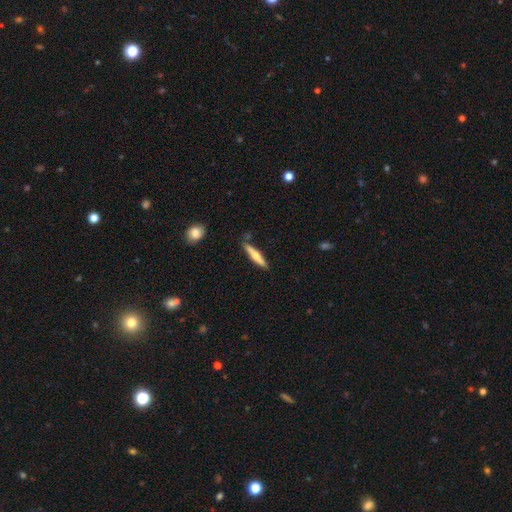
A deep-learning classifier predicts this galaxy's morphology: smooth 53%, featured or disk 41%, star or artifact 6%. Down the decision tree: how rounded — cigar-shaped (90%); merging — none (84%).